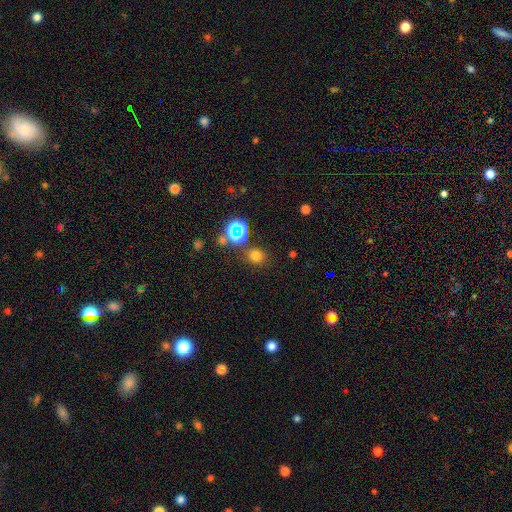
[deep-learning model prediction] This appears to be a smooth galaxy with no disk features (71%) that is round (83%). Merging: none (82%).